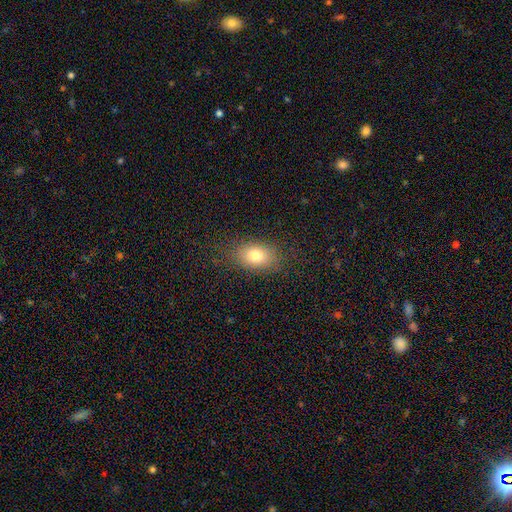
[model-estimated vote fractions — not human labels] smooth 79%, featured or disk 11%, star or artifact 10%. Down the decision tree: how rounded — in between (81%); merging — none (83%).